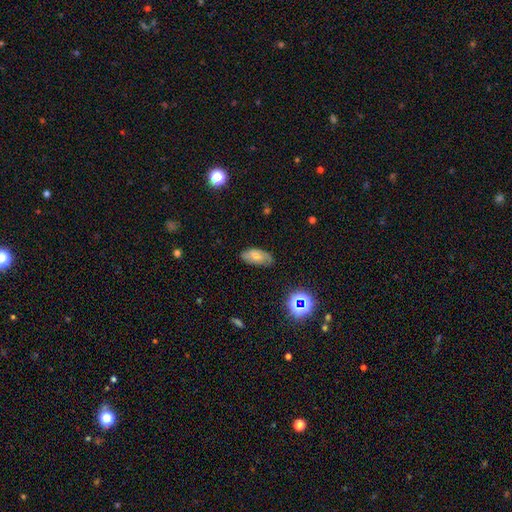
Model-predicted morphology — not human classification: type=smooth (48%); merging=none (74%).